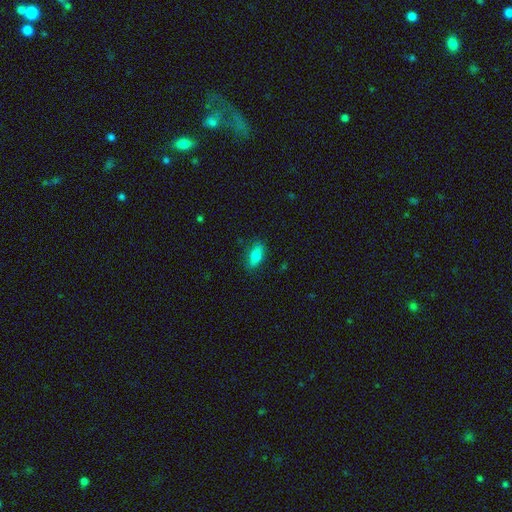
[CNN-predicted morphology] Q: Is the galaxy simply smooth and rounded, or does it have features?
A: smooth — 75%.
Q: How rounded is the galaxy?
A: in between — 78%.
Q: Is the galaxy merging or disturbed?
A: none — 84%.